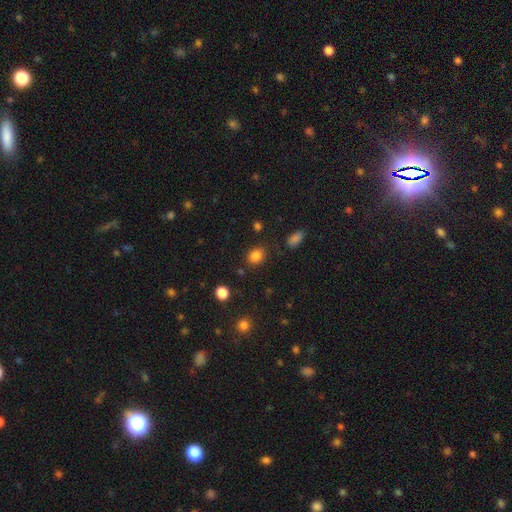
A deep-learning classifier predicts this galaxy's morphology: This appears to be a smooth galaxy with no disk features (84%) that is round (55%). Merging: none (81%).